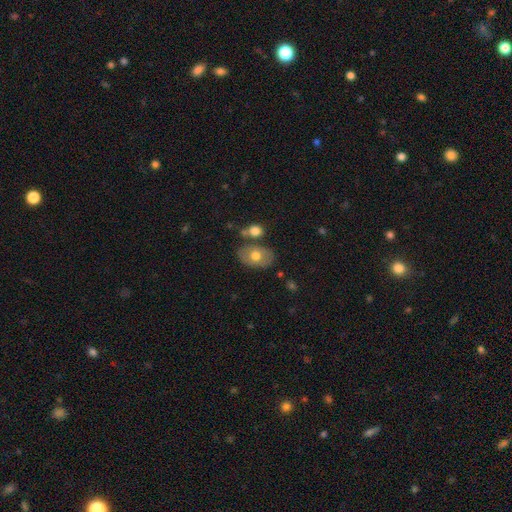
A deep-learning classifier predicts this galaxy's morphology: Smooth or featured? smooth (62%)
How rounded? in between (84%)
Merging? none (68%)